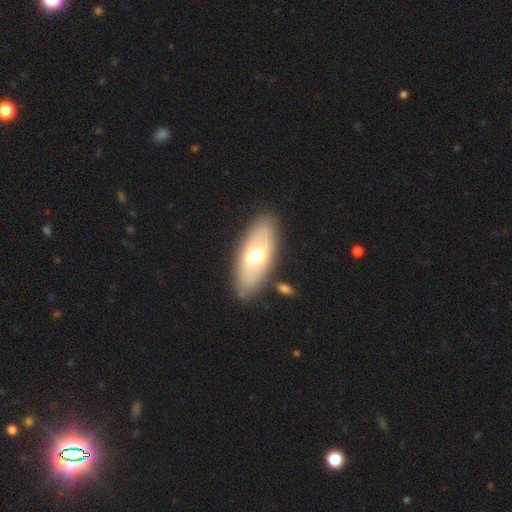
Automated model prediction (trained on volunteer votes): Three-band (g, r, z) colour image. It shows a smooth galaxy with no disk features (48%). Merging: none (83%).